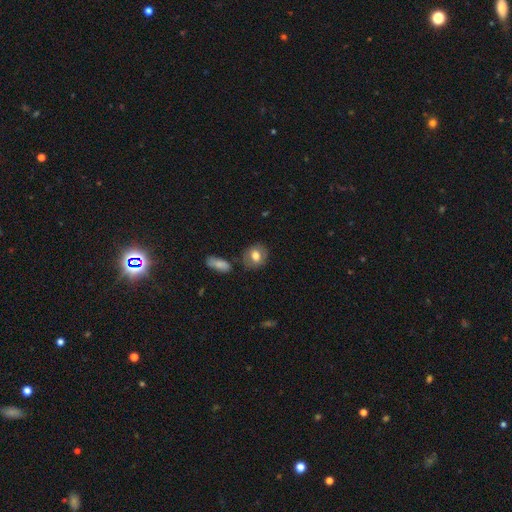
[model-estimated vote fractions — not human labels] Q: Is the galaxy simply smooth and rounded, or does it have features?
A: smooth — 73%.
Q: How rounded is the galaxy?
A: round — 62%.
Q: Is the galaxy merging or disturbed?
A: none — 78%.